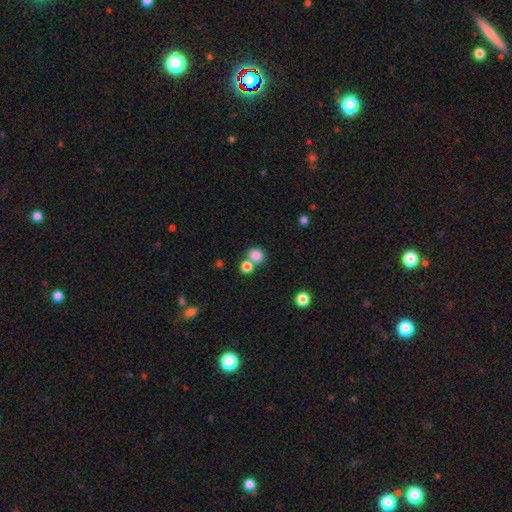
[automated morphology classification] Overall: smooth (83%). How rounded: round (80%). Merging: none (54%; merger 34%).